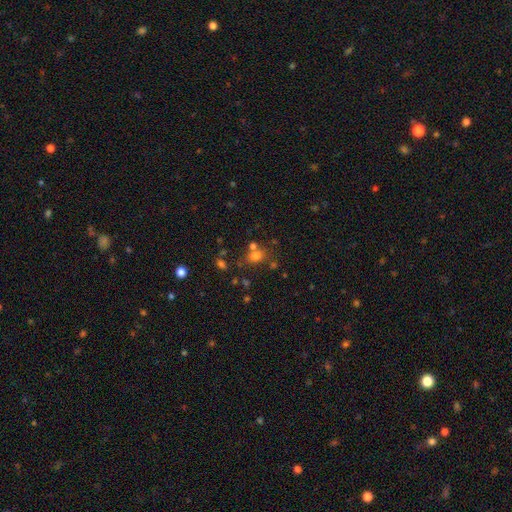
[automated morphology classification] A smooth galaxy with no disk features (71%) that is round (52%). Merging: none (59%).